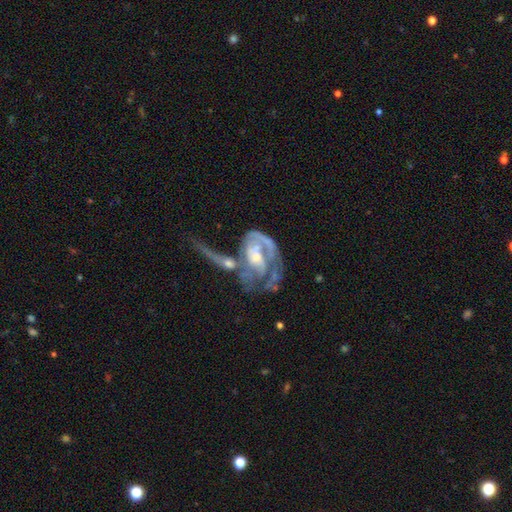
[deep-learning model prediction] Morphology: type=featured or disk (80%); edge-on=no (95%); bar=no (62%); spiral arms=yes (79%); winding=tight (42%); arm count=can't tell (34%, tied with 2); bulge=moderate (50%); merging=merger (47%).